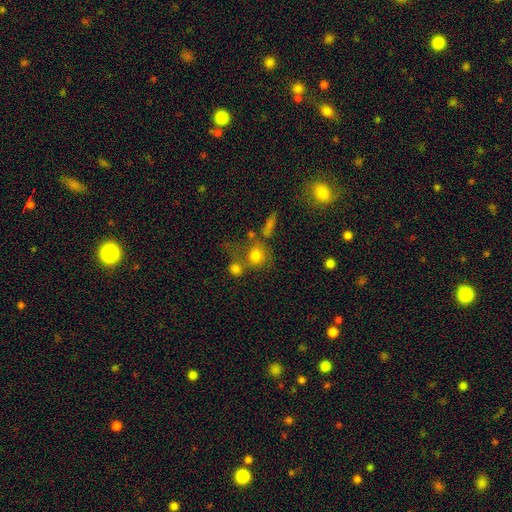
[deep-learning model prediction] Smooth or featured?
  - smooth: 74% *
  - featured or disk: 13%
  - star or artifact: 12%
How rounded?
  - round: 77% *
  - in between: 21%
  - cigar-shaped: 2%
Merging?
  - none: 45% *
  - merger: 33%
  - minor disturbance: 13%
  - major disturbance: 9%